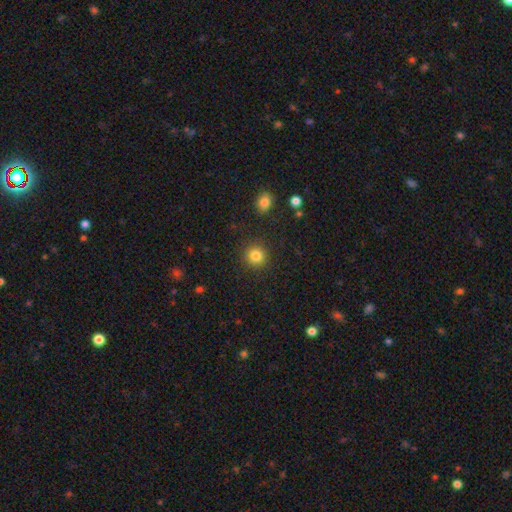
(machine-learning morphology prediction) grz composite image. It shows a smooth galaxy with no disk features (84%) that is round (92%). Merging: none (90%).